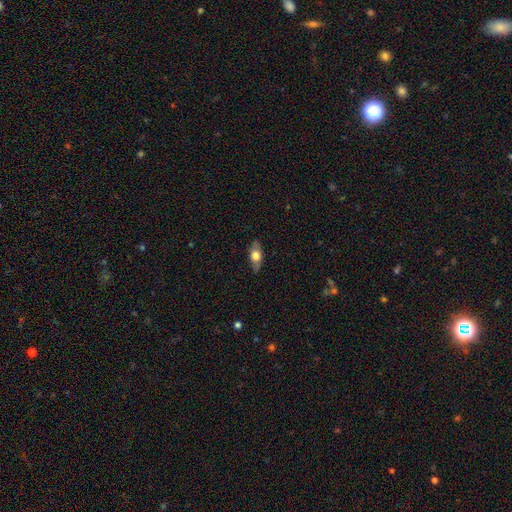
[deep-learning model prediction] Smooth or featured: smooth — 57% (featured or disk — 37%)
How rounded: in between — 76% (cigar-shaped — 18%)
Merging: none — 83% (minor disturbance — 14%)